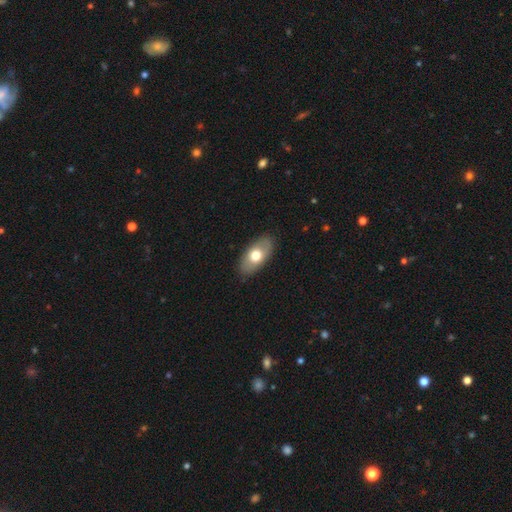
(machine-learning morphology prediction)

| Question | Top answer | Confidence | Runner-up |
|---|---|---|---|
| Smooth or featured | smooth | 64% | featured or disk (30%) |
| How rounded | in between | 92% | round (4%) |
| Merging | none | 86% | minor disturbance (10%) |